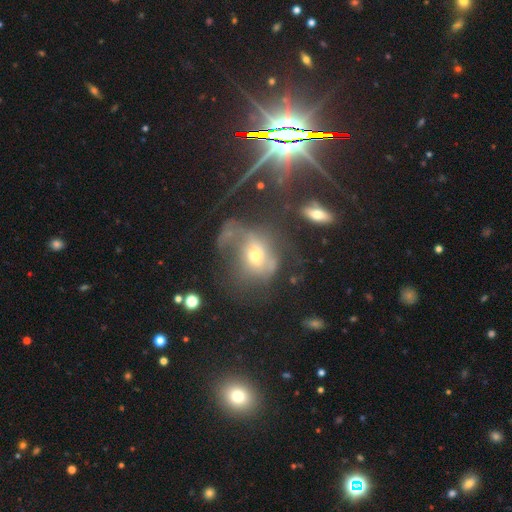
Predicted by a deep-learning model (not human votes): Morphology: type=featured or disk (43%); merging=major disturbance (43%).